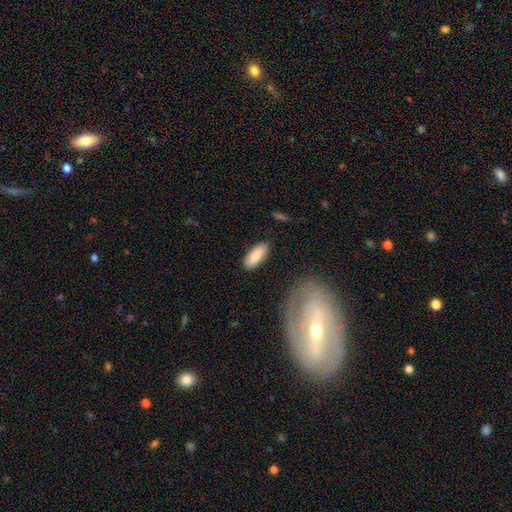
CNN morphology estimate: A smooth galaxy with no disk features (82%) that is in between round and cigar-shaped (80%). Merging: none (85%).